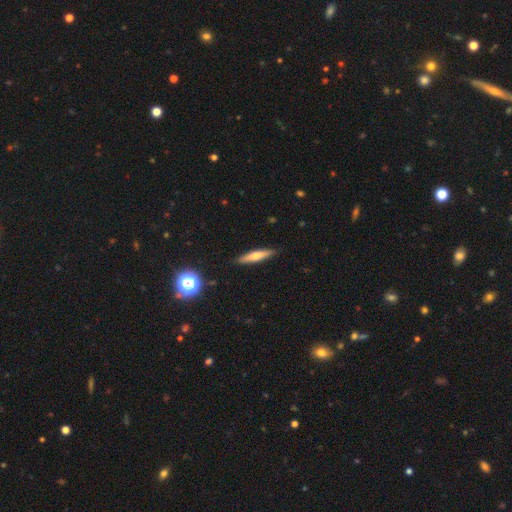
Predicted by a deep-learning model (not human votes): Q: Smooth or featured?
A: smooth (54%); runner-up: featured or disk (38%)
Q: How rounded?
A: cigar-shaped (86%); runner-up: in between (12%)
Q: Merging?
A: none (89%); runner-up: minor disturbance (8%)